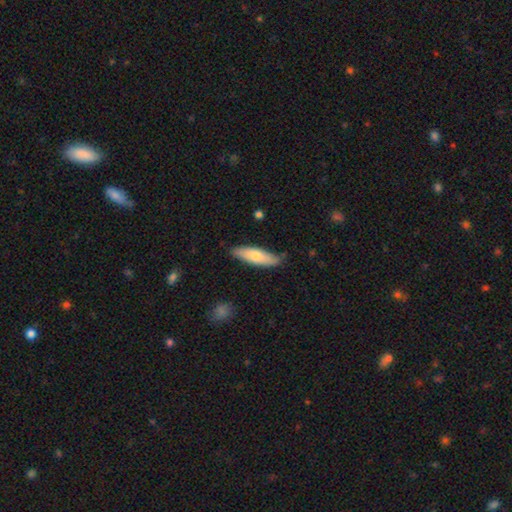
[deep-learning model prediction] The model was most divided on "how rounded": cigar-shaped: 53%, in between: 45%, round: 2%. More confident: merging — none (81%); smooth or featured — smooth (69%).